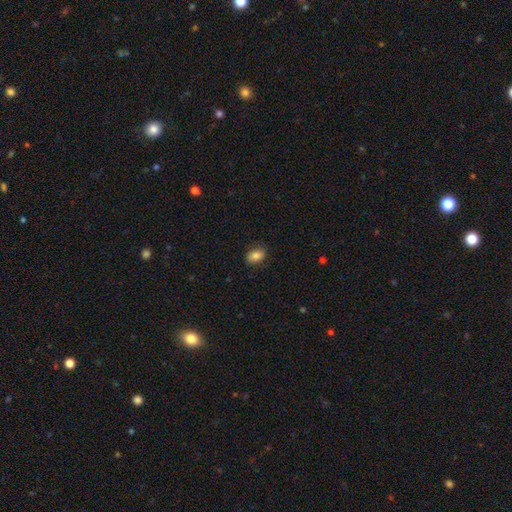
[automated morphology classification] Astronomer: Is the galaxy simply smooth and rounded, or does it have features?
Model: smooth — 84%.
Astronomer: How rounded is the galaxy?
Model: in between — 84%.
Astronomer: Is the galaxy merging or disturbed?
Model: none — 84%.